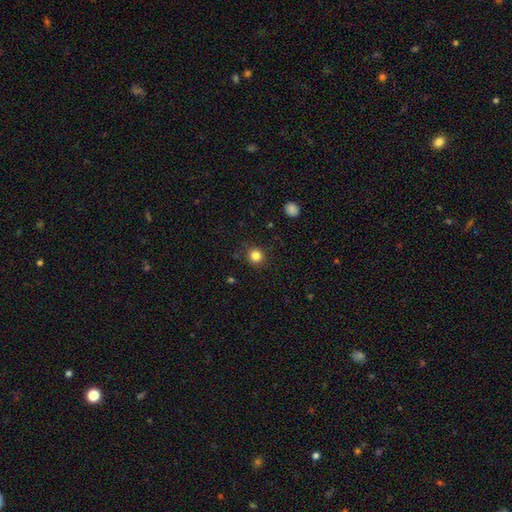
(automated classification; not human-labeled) Smooth or featured: smooth — 83% (star or artifact — 12%)
How rounded: round — 88% (in between — 11%)
Merging: none — 89% (minor disturbance — 8%)